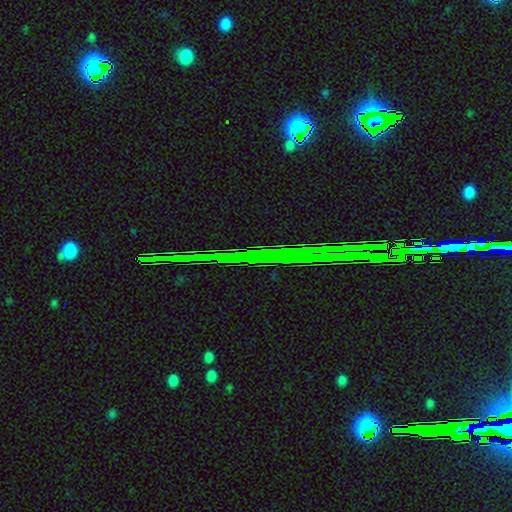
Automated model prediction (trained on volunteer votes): Morphology: type=star or artifact (77%).